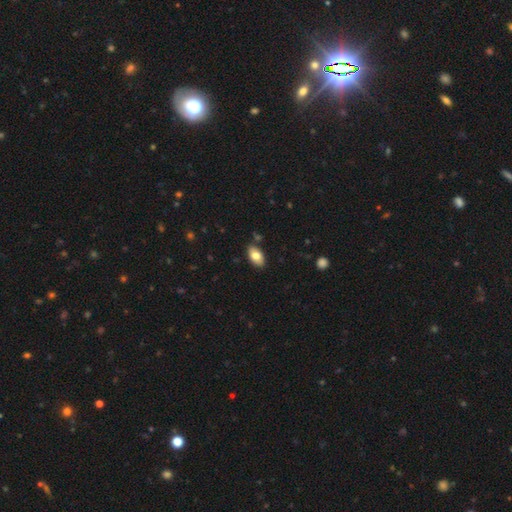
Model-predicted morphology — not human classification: smooth 80%, featured or disk 13%, star or artifact 7%. Down the decision tree: how rounded — in between (93%); merging — none (84%).